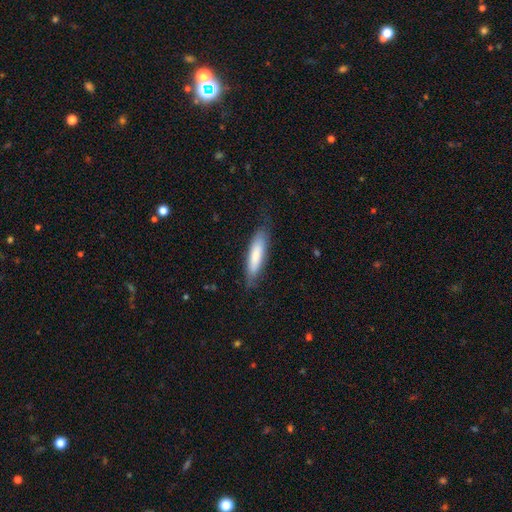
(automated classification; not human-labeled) Smooth or featured: smooth — 74% (featured or disk — 21%)
How rounded: cigar-shaped — 70% (in between — 28%)
Merging: none — 76% (minor disturbance — 18%)